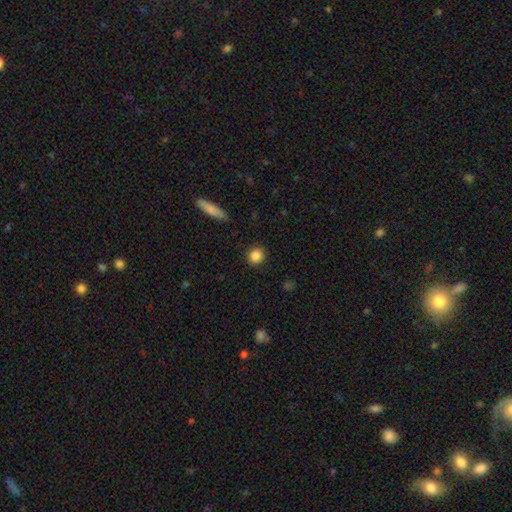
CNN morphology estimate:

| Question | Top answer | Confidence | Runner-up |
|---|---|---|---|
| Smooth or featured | smooth | 87% | star or artifact (9%) |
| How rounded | round | 87% | in between (11%) |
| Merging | none | 89% | minor disturbance (7%) |